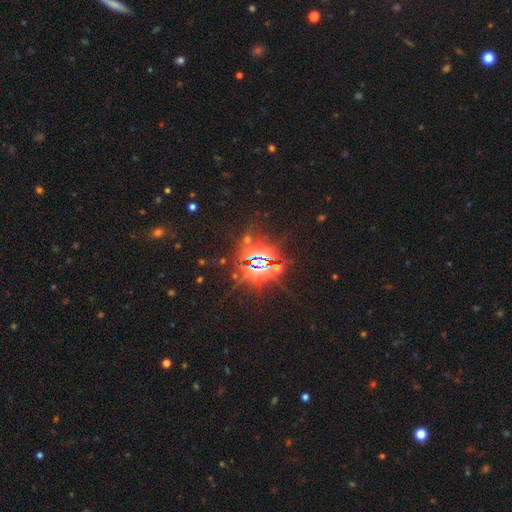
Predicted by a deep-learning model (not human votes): star or artifact 85%, smooth 8%, featured or disk 7%.